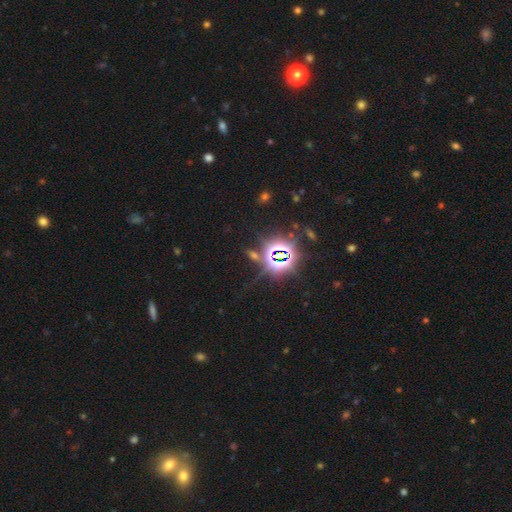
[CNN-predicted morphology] Q: Smooth or featured?
A: star or artifact (80%); runner-up: smooth (11%)